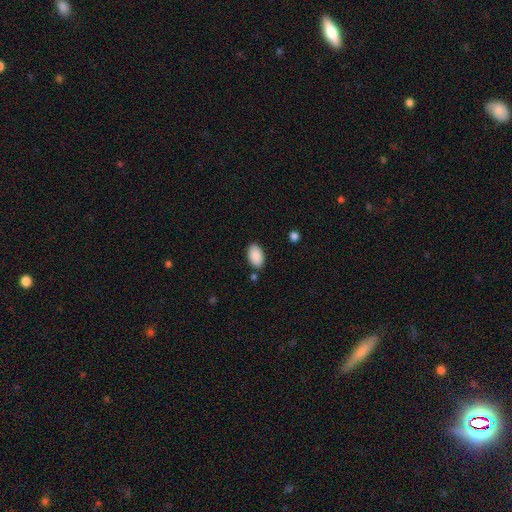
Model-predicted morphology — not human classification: smooth 90%, star or artifact 6%, featured or disk 3%. Down the decision tree: how rounded — in between (94%); merging — none (83%).